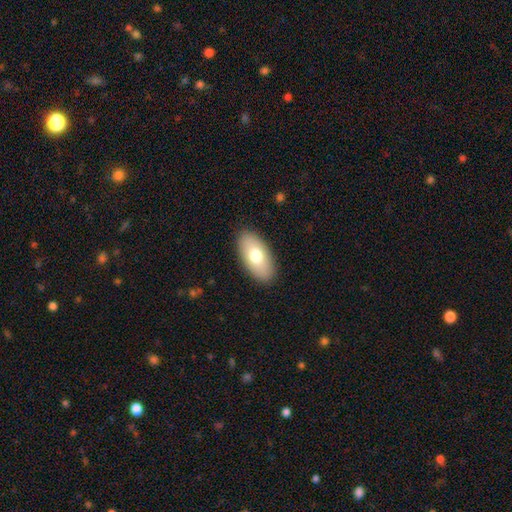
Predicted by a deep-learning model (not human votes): This is likely a smooth galaxy (73%). How rounded: clearly in between (93%). Merging: clearly none (88%).